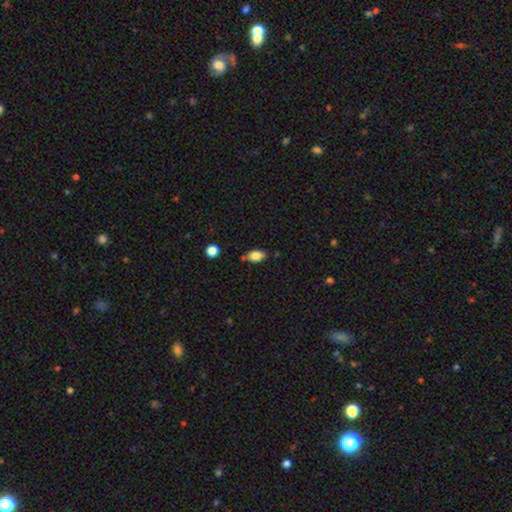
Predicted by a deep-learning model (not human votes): A smooth galaxy with no disk features (83%) that is in between round and cigar-shaped (88%). Merging: none (74%).